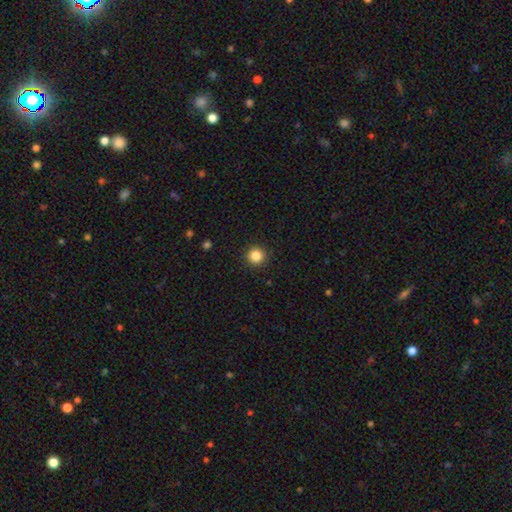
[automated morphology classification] type=smooth (85%); roundness=round (95%); merging=none (92%).